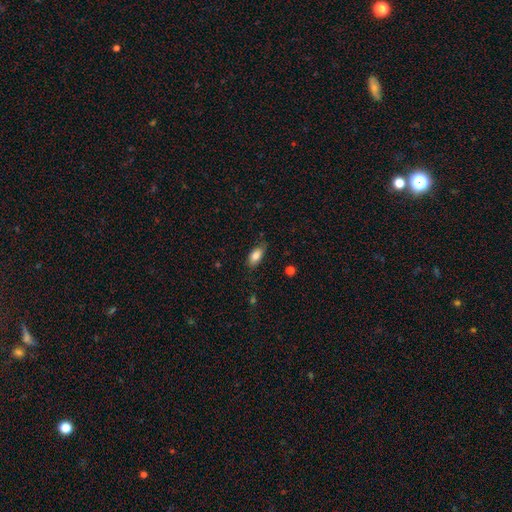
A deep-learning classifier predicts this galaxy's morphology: This appears to be a smooth galaxy with no disk features (84%) that is in between round and cigar-shaped (88%). Merging: none (76%).